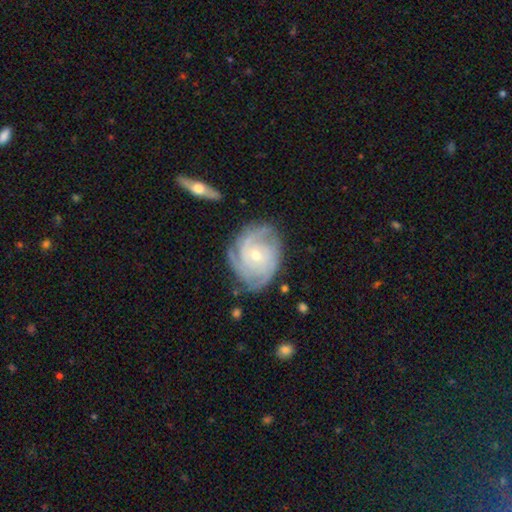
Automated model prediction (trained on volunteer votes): Morphology: type=featured or disk (88%); edge-on=no (97%); bar=no (72%); spiral arms=yes (97%); winding=tight (73%); arm count=3 (31%); bulge=small (56%); merging=none (75%).